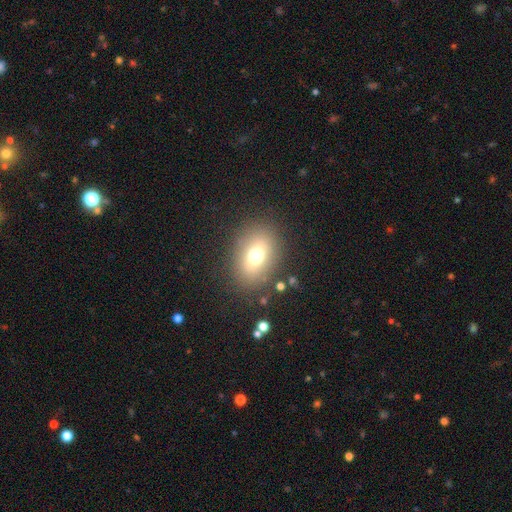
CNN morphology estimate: Smooth or featured?
  - smooth: 70% *
  - featured or disk: 17%
  - star or artifact: 14%
How rounded?
  - in between: 68% *
  - round: 31%
  - cigar-shaped: 1%
Merging?
  - none: 83% *
  - minor disturbance: 10%
  - major disturbance: 5%
  - merger: 2%